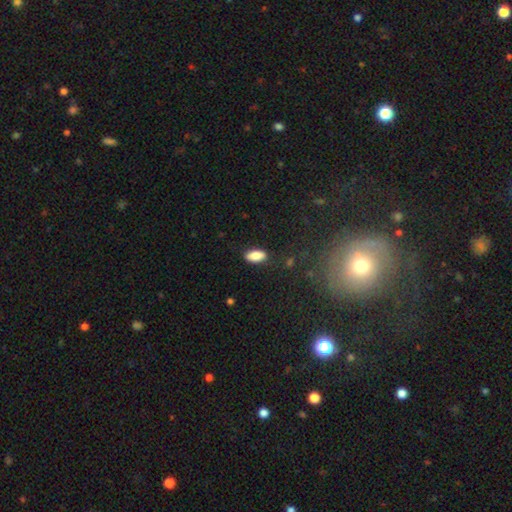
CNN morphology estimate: The model was most divided on "merging": none: 85%, minor disturbance: 11%, major disturbance: 2%, merger: 1%. More confident: how rounded — in between (90%); smooth or featured — smooth (86%).